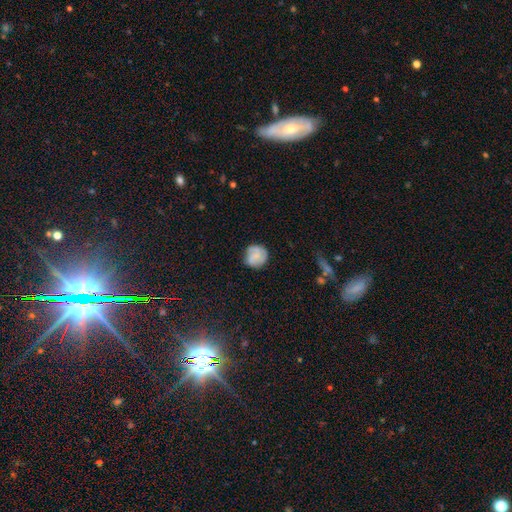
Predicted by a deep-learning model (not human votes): Morphology: type=smooth (55%); roundness=round (88%); merging=none (74%).